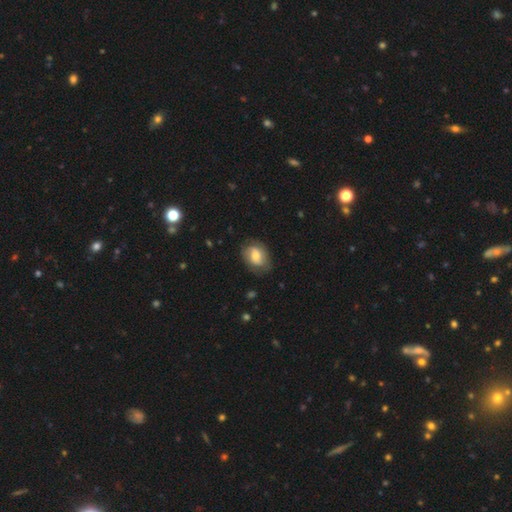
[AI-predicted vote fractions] Morphology: type=smooth (56%); roundness=in between (68%); merging=none (67%).